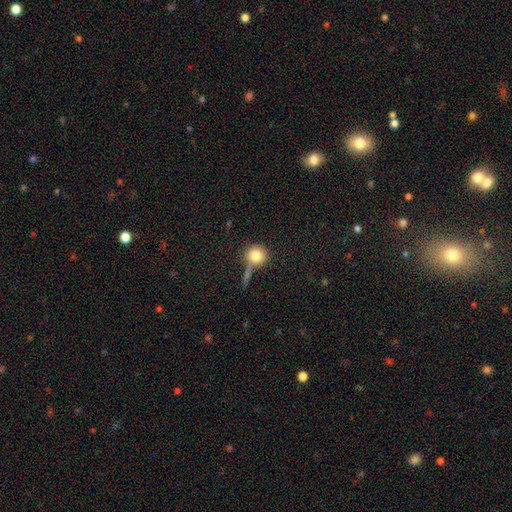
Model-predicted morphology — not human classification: The model was most divided on "merging": none: 55%, merger: 19%, minor disturbance: 15%, major disturbance: 12%. More confident: how rounded — round (90%); smooth or featured — smooth (80%).